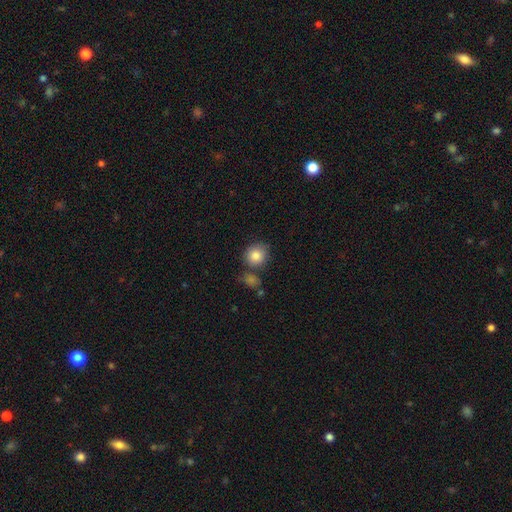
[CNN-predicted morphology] Overall: smooth (85%). How rounded: round (84%). Merging: none (68%).